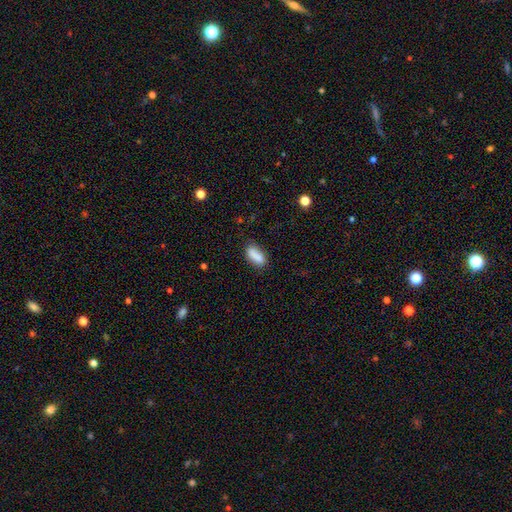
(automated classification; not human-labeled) smooth 85%, featured or disk 8%, star or artifact 7%. Down the decision tree: how rounded — in between (78%); merging — none (76%).